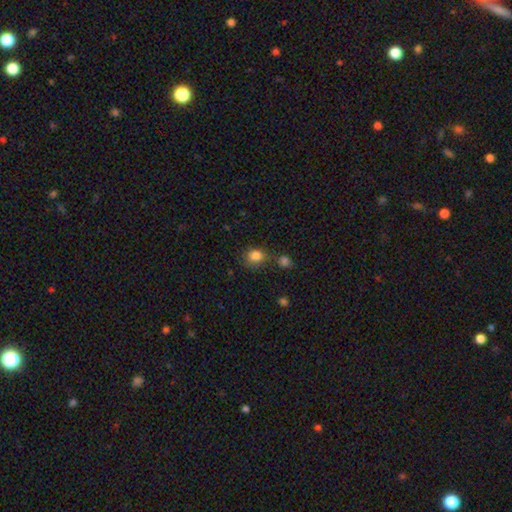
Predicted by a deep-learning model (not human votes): Q: Smooth or featured?
A: smooth (83%); runner-up: star or artifact (11%)
Q: How rounded?
A: round (67%); runner-up: in between (32%)
Q: Merging?
A: none (62%); runner-up: minor disturbance (17%)